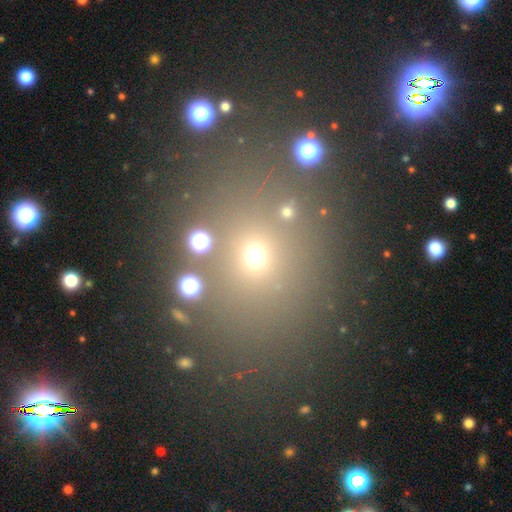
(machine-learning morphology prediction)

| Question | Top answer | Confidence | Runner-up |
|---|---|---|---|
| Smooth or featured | smooth | 61% | star or artifact (29%) |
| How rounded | round | 70% | in between (28%) |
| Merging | none | 75% | minor disturbance (11%) |